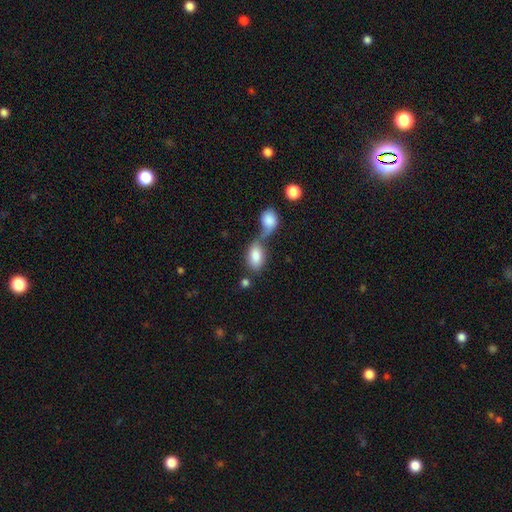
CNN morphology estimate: The model was most divided on "merging": merger: 55%, none: 27%, minor disturbance: 10%, major disturbance: 8%. More confident: how rounded — in between (88%); smooth or featured — smooth (83%).